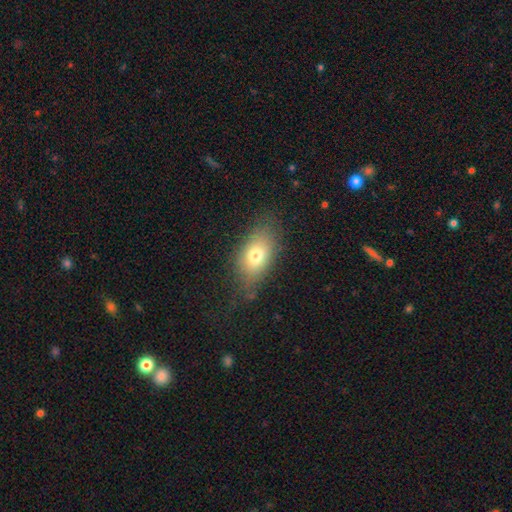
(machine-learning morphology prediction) Smooth or featured? Predicted: smooth (p=0.73). How rounded? Predicted: in between (p=0.84). Merging? Predicted: none (p=0.71).